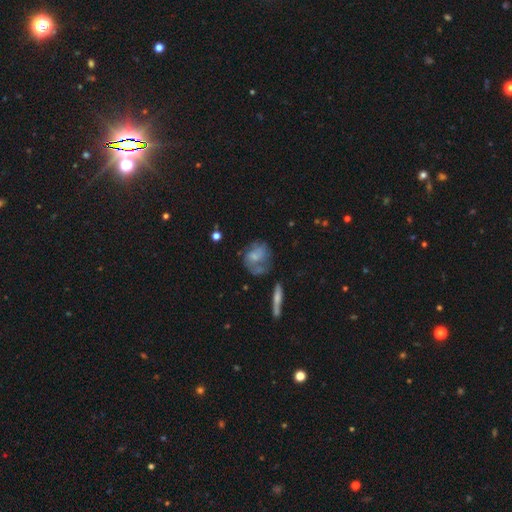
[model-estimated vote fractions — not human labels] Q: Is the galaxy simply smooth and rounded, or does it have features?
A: smooth — 49%.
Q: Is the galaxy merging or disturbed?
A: none — 44%.